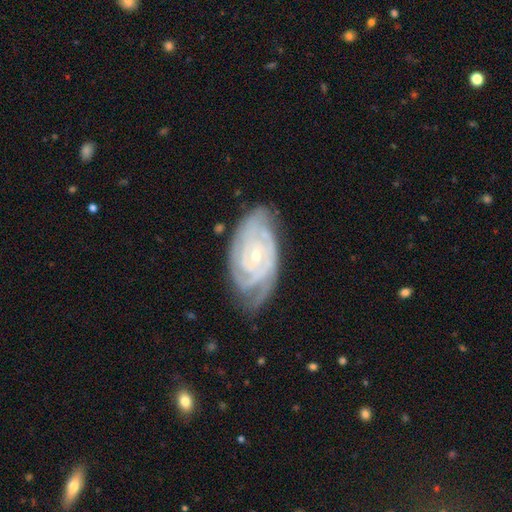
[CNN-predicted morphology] A featured or disk galaxy (88%) with no bar (67%), 3 (27%) tight (79%) spiral arms (97%) and a small central bulge (73%). Merging: none (69%).